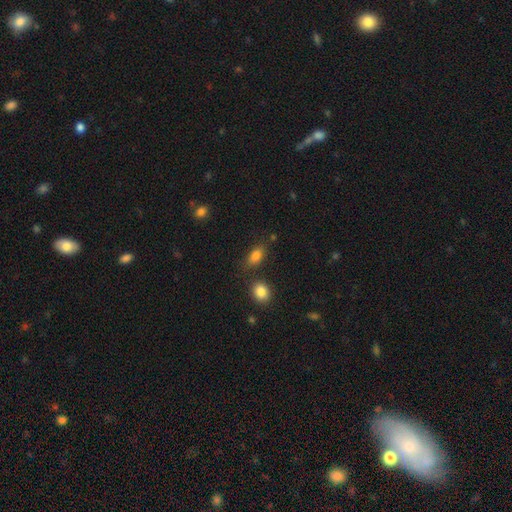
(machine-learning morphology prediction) Smooth or featured?
  - smooth: 84% *
  - star or artifact: 10%
  - featured or disk: 6%
How rounded?
  - in between: 84% *
  - round: 11%
  - cigar-shaped: 5%
Merging?
  - none: 71% *
  - minor disturbance: 16%
  - merger: 8%
  - major disturbance: 5%